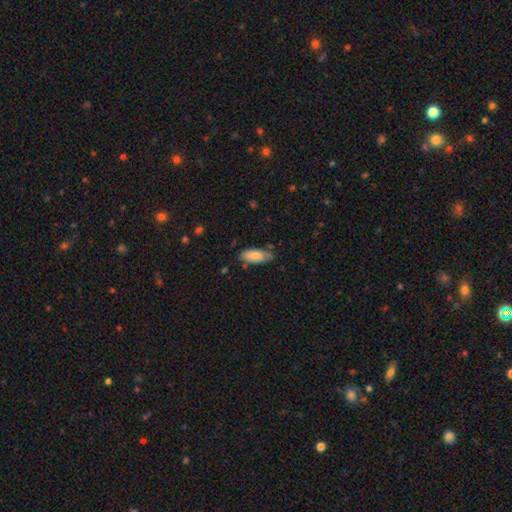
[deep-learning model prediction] Smooth or featured?
  - smooth: 82% *
  - featured or disk: 12%
  - star or artifact: 6%
How rounded?
  - in between: 84% *
  - cigar-shaped: 15%
  - round: 2%
Merging?
  - none: 68% *
  - minor disturbance: 24%
  - major disturbance: 5%
  - merger: 3%